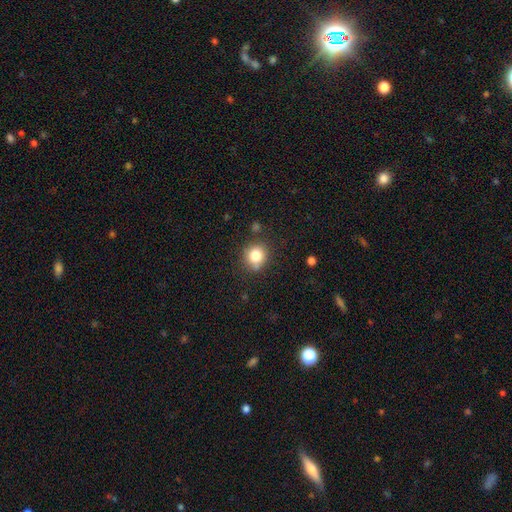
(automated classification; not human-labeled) Smooth or featured: smooth — 81% (star or artifact — 12%)
How rounded: round — 87% (in between — 12%)
Merging: none — 78% (minor disturbance — 13%)